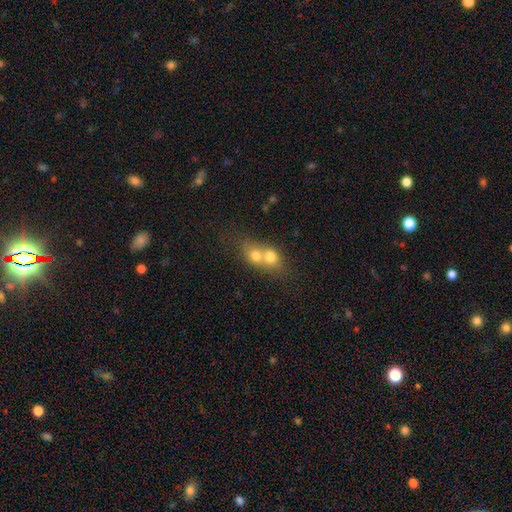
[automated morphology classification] The model was most divided on "how rounded": round: 52%, in between: 46%, cigar-shaped: 3%. More confident: merging — merger (76%); smooth or featured — smooth (70%).